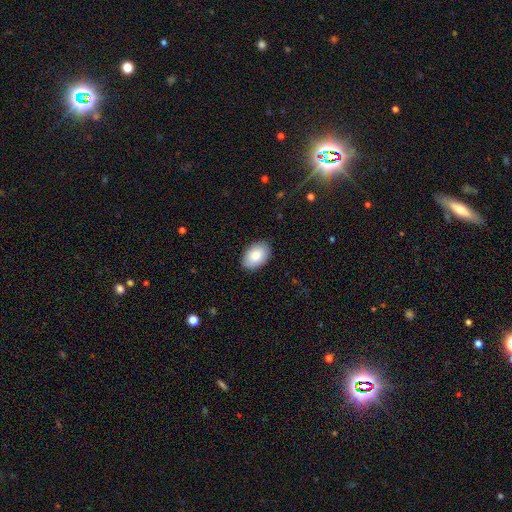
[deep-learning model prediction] Smooth or featured: smooth — 84% (featured or disk — 10%)
How rounded: in between — 90% (round — 9%)
Merging: none — 87% (minor disturbance — 10%)